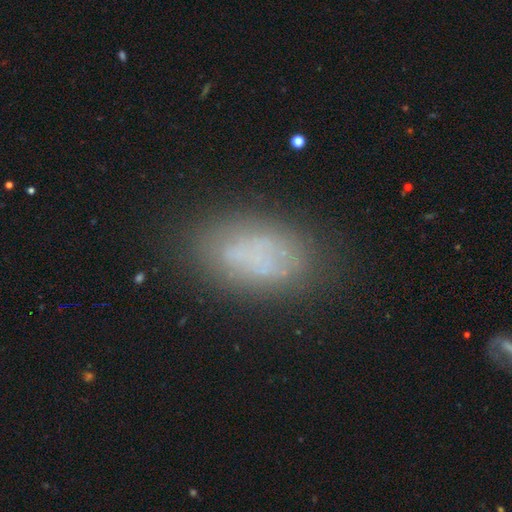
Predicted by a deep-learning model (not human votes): Smooth or featured: smooth — 56% (featured or disk — 31%)
How rounded: in between — 92% (round — 5%)
Merging: none — 68% (minor disturbance — 19%)